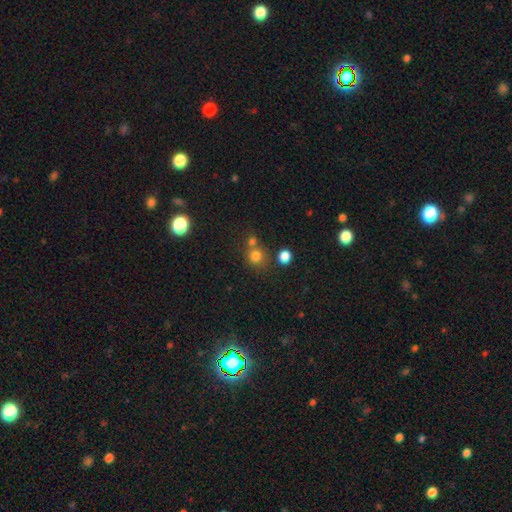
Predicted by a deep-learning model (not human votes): This appears to be a smooth galaxy with no disk features (77%) that is round (86%). Merging: none (59%).